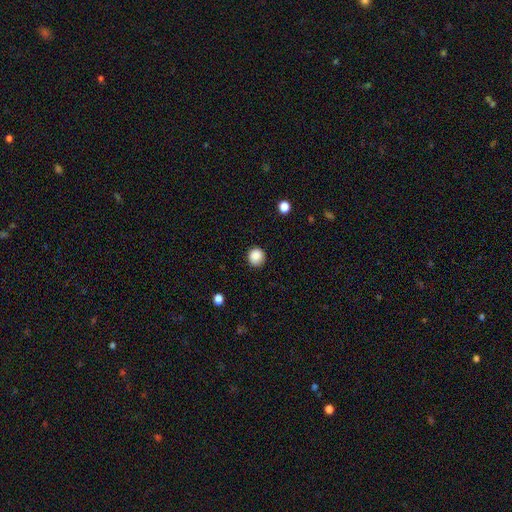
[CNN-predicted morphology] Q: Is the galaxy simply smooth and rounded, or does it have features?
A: smooth — 88%.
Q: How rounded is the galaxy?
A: round — 90%.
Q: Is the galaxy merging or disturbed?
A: none — 88%.